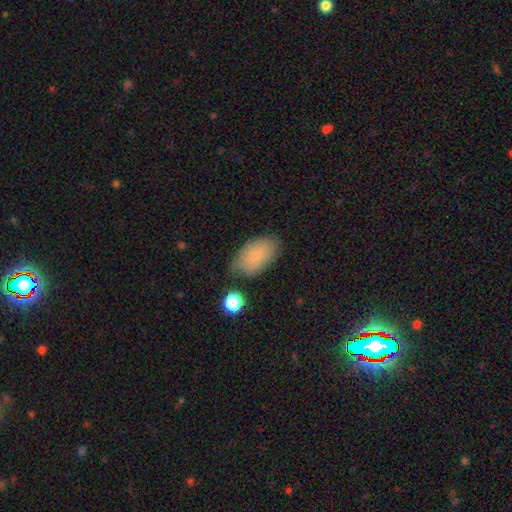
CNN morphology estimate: smooth-or-featured: smooth: 79% | featured or disk: 14% | star or artifact: 8%
  how-rounded: in between: 93% | round: 5% | cigar-shaped: 2%
  merging: none: 72% | minor disturbance: 20% | major disturbance: 5% | merger: 3%